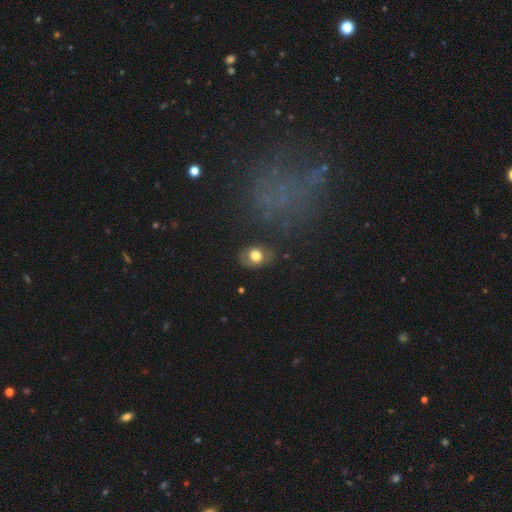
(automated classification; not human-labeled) Q: Smooth or featured?
A: smooth (70%); runner-up: featured or disk (20%)
Q: How rounded?
A: in between (59%); runner-up: round (40%)
Q: Merging?
A: none (74%); runner-up: minor disturbance (18%)